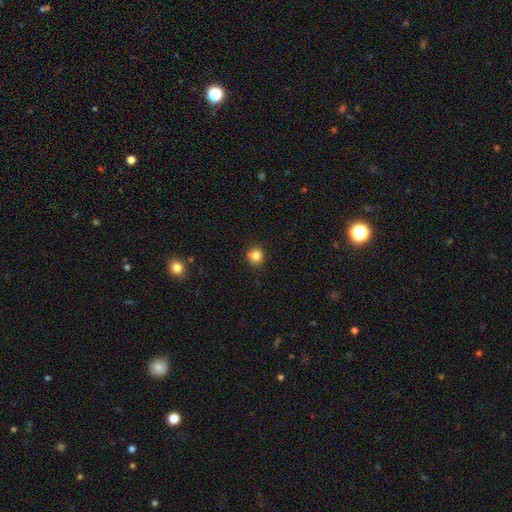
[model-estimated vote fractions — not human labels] Q: Smooth or featured?
A: smooth (83%); runner-up: star or artifact (12%)
Q: How rounded?
A: round (89%); runner-up: in between (10%)
Q: Merging?
A: none (85%); runner-up: minor disturbance (11%)